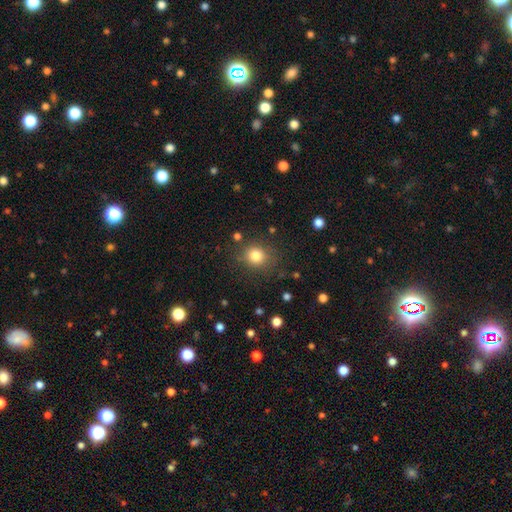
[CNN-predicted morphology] Smooth or featured? Predicted: smooth (p=0.81). How rounded? Predicted: round (p=0.83). Merging? Predicted: none (p=0.82).